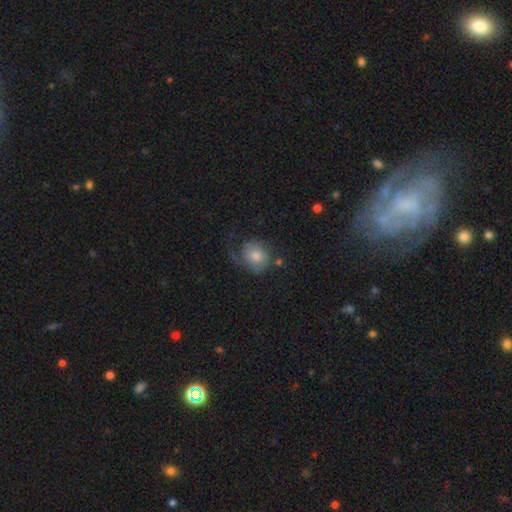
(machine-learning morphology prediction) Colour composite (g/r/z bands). It shows a featured or disk galaxy (51%). Merging: none (49%).